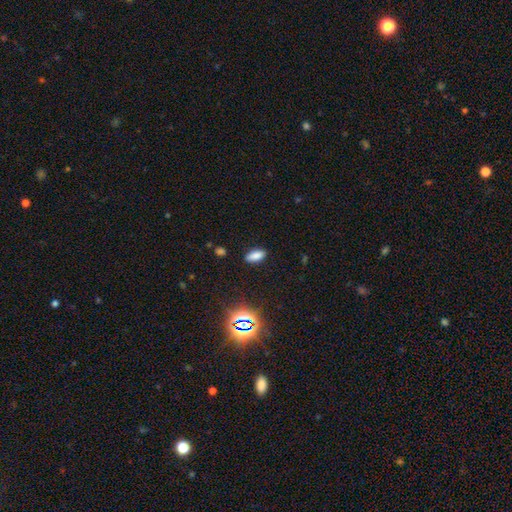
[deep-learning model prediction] Smooth or featured? Predicted: smooth (p=0.79). How rounded? Predicted: in between (p=0.85). Merging? Predicted: none (p=0.86).